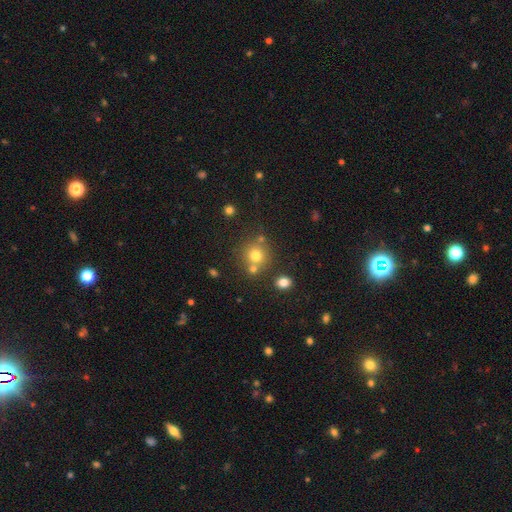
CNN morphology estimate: smooth-or-featured: smooth: 73% | star or artifact: 16% | featured or disk: 11%
  how-rounded: round: 89% | in between: 10% | cigar-shaped: 1%
  merging: none: 68% | merger: 19% | minor disturbance: 9% | major disturbance: 4%